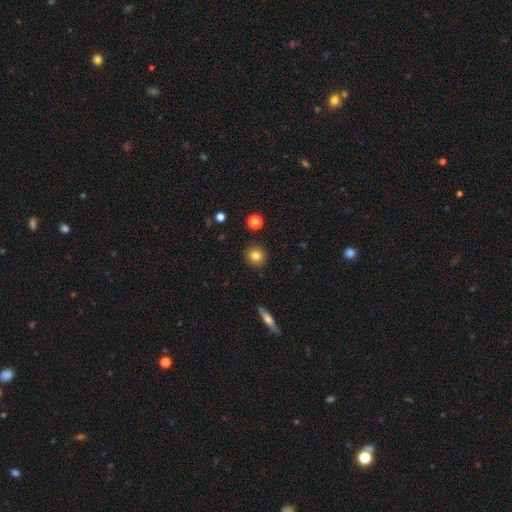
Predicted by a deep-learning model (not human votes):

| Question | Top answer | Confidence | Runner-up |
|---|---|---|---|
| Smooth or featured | smooth | 81% | star or artifact (11%) |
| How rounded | round | 90% | in between (9%) |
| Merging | none | 91% | minor disturbance (6%) |